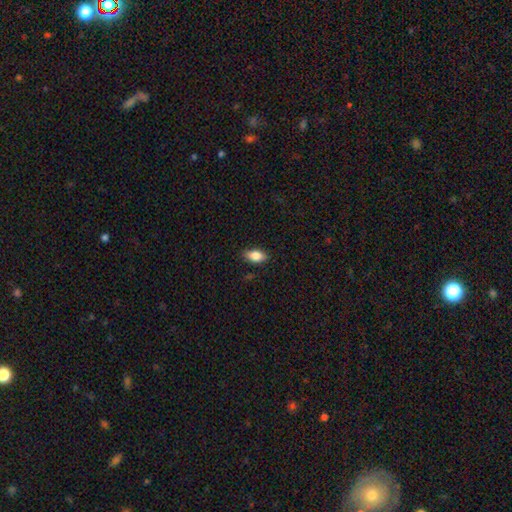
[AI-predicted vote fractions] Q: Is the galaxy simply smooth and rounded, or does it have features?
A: smooth — 84%.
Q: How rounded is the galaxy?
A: in between — 89%.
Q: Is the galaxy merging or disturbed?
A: none — 84%.